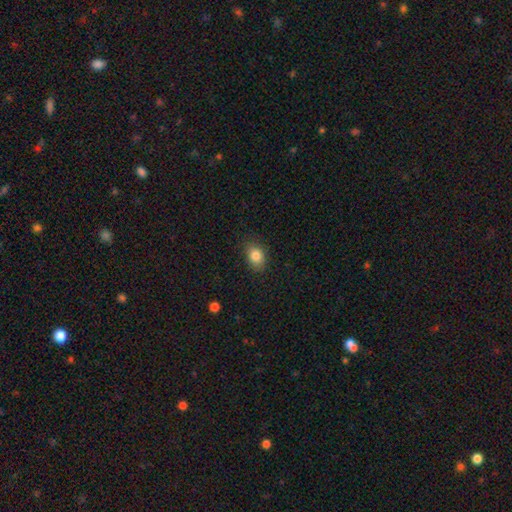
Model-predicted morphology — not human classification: smooth-or-featured: smooth: 84% | star or artifact: 9% | featured or disk: 6%
  how-rounded: in between: 70% | round: 29% | cigar-shaped: 1%
  merging: none: 83% | minor disturbance: 13% | major disturbance: 3% | merger: 1%